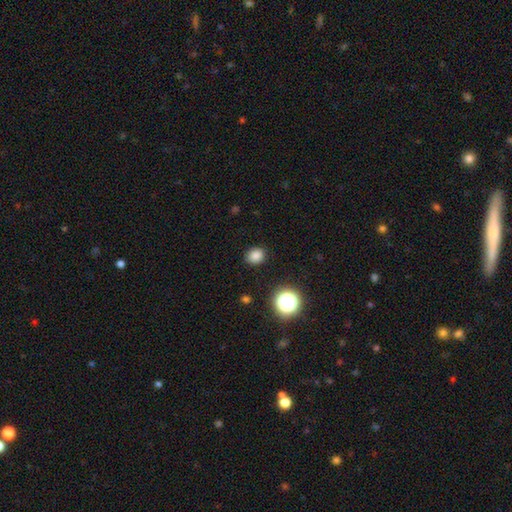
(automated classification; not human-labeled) A smooth galaxy with no disk features (82%) that is round (64%). Merging: none (86%).